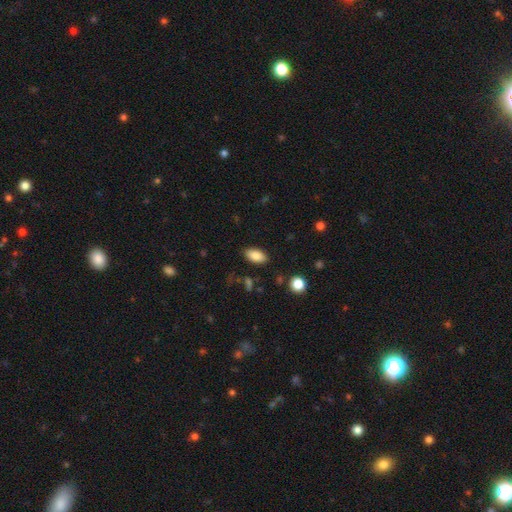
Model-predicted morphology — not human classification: Smooth or featured?
  - smooth: 85% *
  - star or artifact: 8%
  - featured or disk: 7%
How rounded?
  - in between: 92% *
  - cigar-shaped: 4%
  - round: 4%
Merging?
  - none: 86% *
  - minor disturbance: 10%
  - major disturbance: 3%
  - merger: 2%